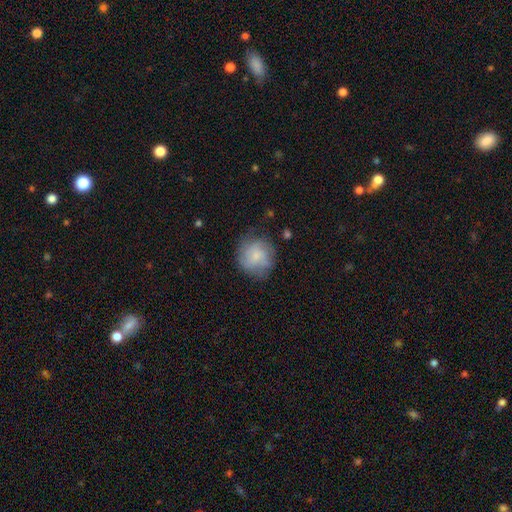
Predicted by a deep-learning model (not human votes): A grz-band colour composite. It shows a smooth galaxy with no disk features (61%) that is round (87%). Merging: none (67%).